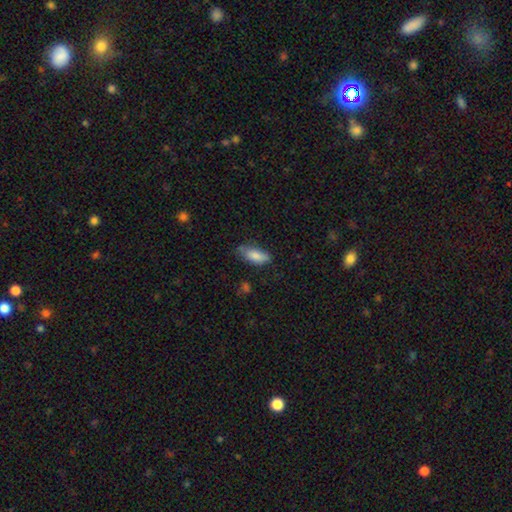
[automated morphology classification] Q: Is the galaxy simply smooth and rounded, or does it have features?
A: smooth — 82%.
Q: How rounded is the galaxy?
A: in between — 80%.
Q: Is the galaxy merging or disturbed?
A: none — 63%.